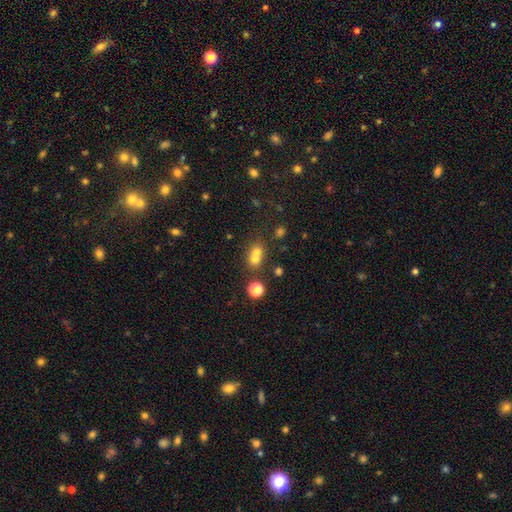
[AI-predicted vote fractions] Smooth or featured?
  - smooth: 66% *
  - star or artifact: 18%
  - featured or disk: 17%
How rounded?
  - round: 75% *
  - in between: 24%
  - cigar-shaped: 1%
Merging?
  - merger: 57% *
  - none: 35%
  - minor disturbance: 6%
  - major disturbance: 3%